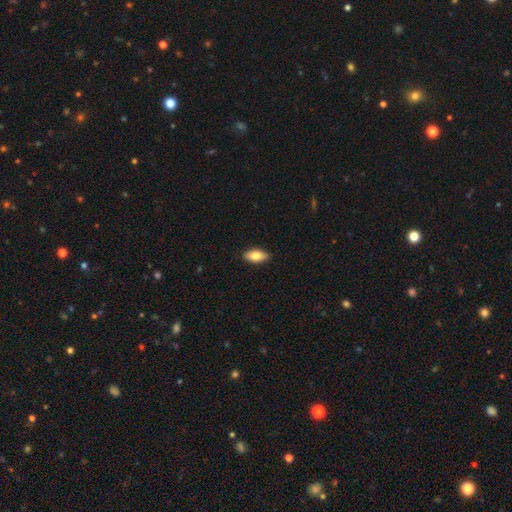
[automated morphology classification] The model was most divided on "smooth or featured": smooth: 81%, featured or disk: 13%, star or artifact: 6%. More confident: merging — none (89%); how rounded — in between (88%).